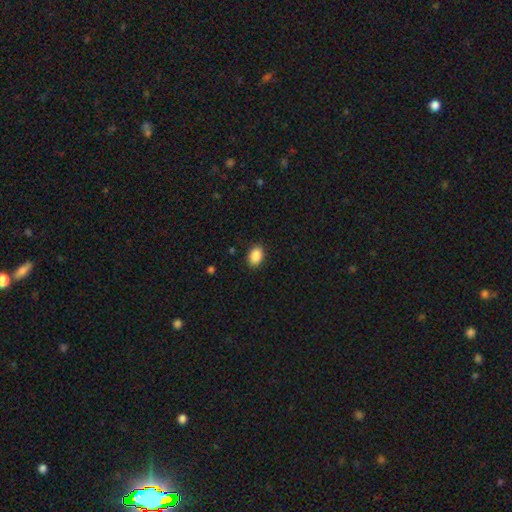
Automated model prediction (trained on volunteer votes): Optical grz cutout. It shows a smooth galaxy with no disk features (88%) that is in between round and cigar-shaped (79%). Merging: none (88%).